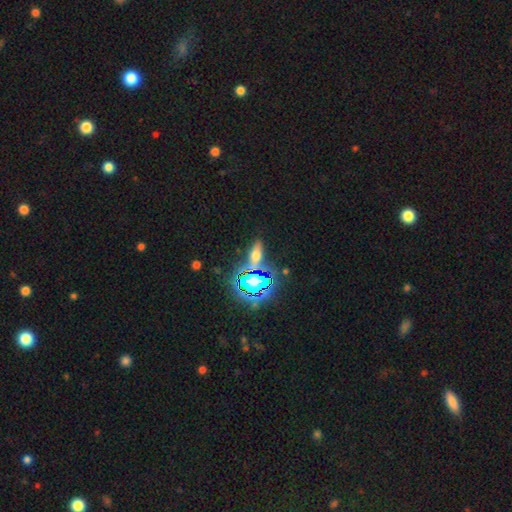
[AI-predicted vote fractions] smooth_or_featured: smooth (p=0.45) [alt: star or artifact p=0.37]
merging: none (p=0.73) [alt: minor disturbance p=0.13]